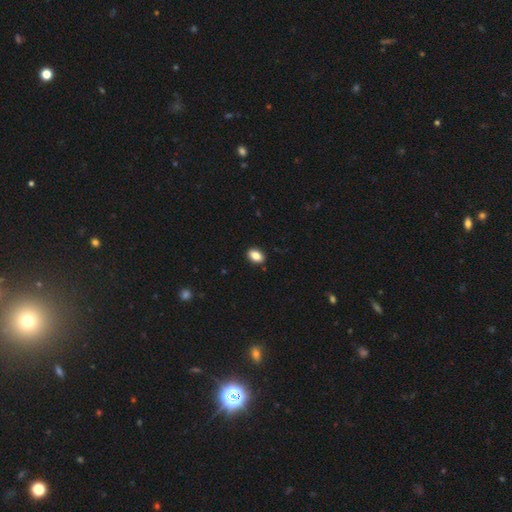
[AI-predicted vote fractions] The model was most divided on "how rounded": in between: 85%, round: 13%, cigar-shaped: 2%. More confident: merging — none (89%); smooth or featured — smooth (84%).